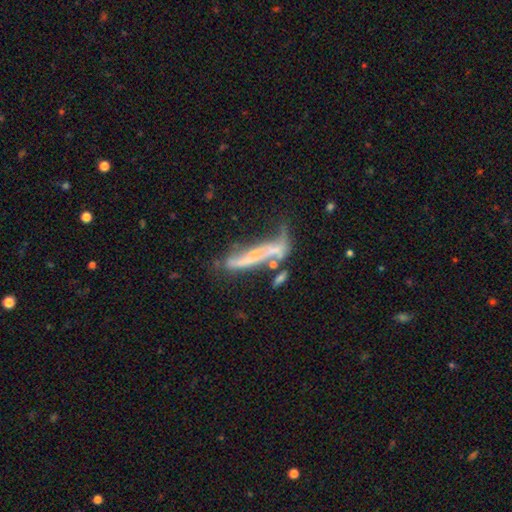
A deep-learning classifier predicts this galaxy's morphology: This appears to be a featured or disk galaxy (58%). Merging: merger (35%).